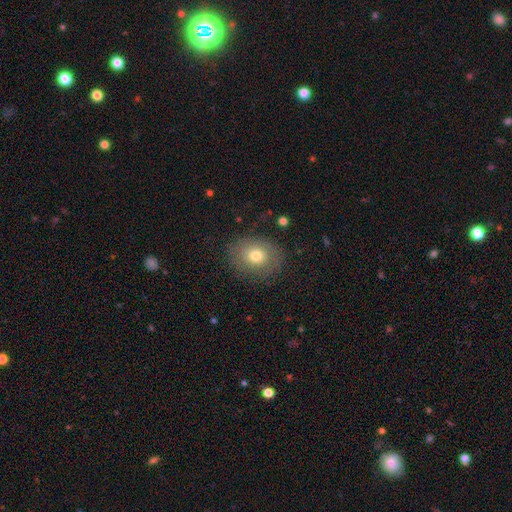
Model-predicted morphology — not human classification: Overall: smooth (72%). How rounded: in between (56%; round 43%). Merging: none (81%).